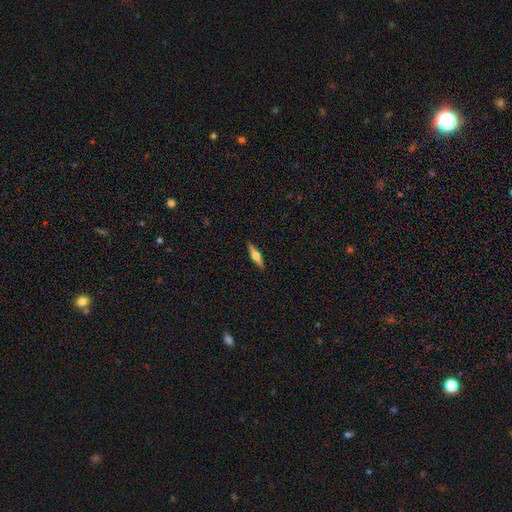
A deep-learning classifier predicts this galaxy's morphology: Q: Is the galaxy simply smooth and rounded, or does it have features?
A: featured or disk — 68%.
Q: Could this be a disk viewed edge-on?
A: yes — 97%.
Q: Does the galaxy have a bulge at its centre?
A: rounded — 94%.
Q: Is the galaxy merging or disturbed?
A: none — 91%.